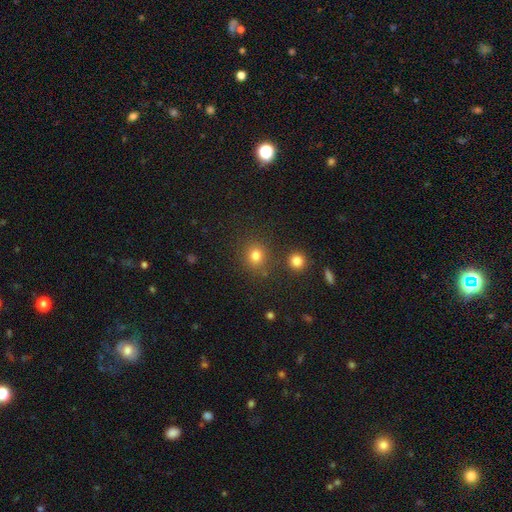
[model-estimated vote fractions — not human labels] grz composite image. It shows a smooth galaxy with no disk features (80%) that is round (85%). Merging: none (83%).